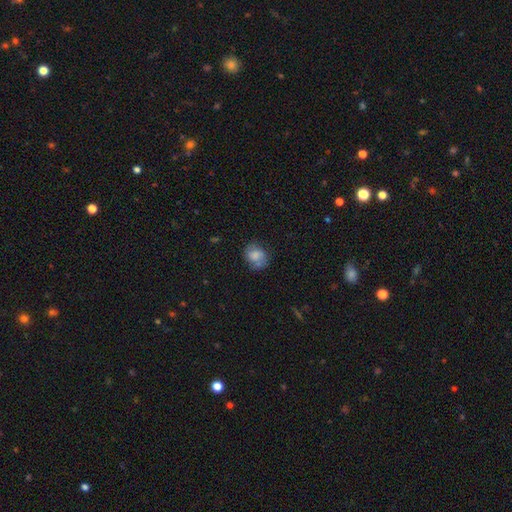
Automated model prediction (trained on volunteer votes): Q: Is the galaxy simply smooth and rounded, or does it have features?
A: smooth — 65%.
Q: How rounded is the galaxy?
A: round — 61%.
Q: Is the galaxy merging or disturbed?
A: none — 59%.